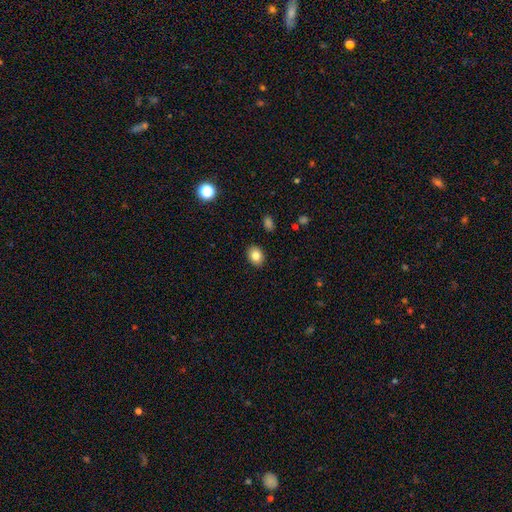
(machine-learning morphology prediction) type=smooth (83%); roundness=in between (58%); merging=none (89%).